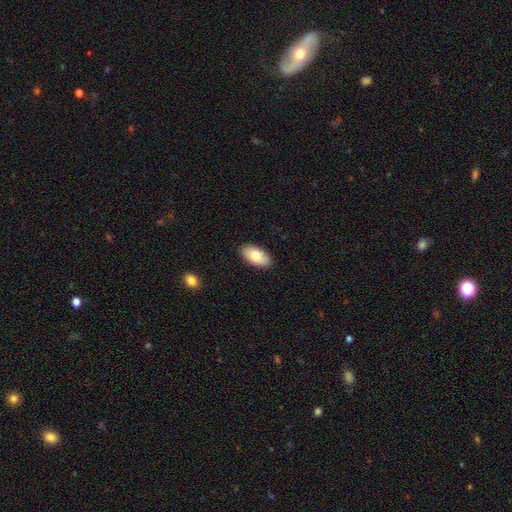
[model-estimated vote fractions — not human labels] A smooth galaxy with no disk features (80%) that is in between round and cigar-shaped (95%). Merging: none (89%).